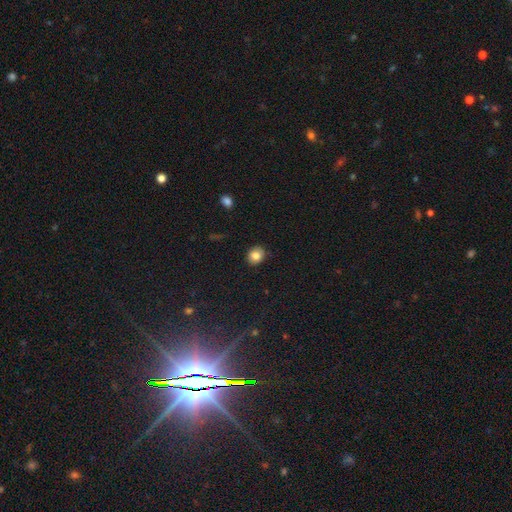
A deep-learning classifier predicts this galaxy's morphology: This appears to be a smooth galaxy with no disk features (84%) that is round (60%). Merging: none (86%).